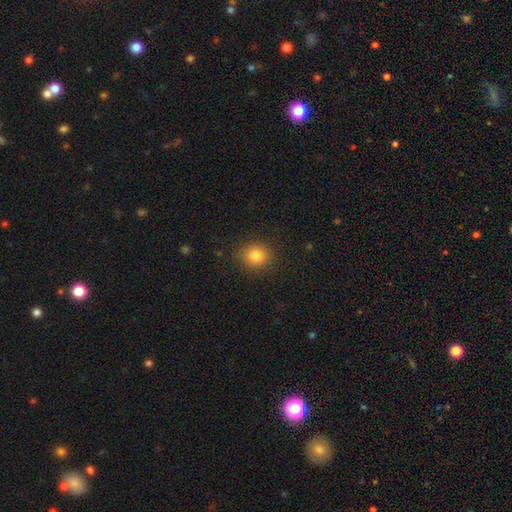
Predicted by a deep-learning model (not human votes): A smooth galaxy with no disk features (83%) that is round (78%). Merging: none (88%).